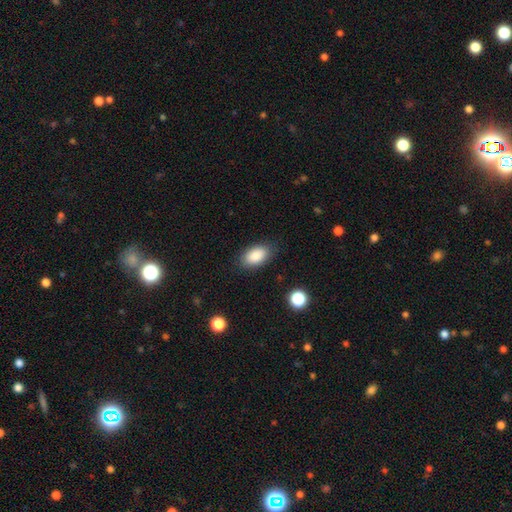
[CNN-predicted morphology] smooth 87%, star or artifact 8%, featured or disk 6%. Down the decision tree: how rounded — in between (93%); merging — none (84%).